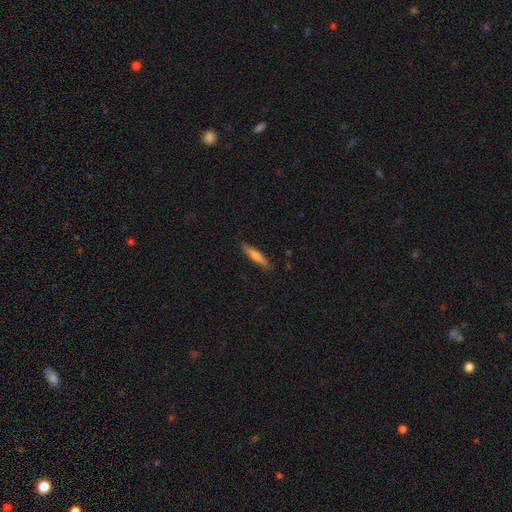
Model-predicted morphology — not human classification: Smooth or featured?
  - smooth: 67% *
  - featured or disk: 27%
  - star or artifact: 6%
How rounded?
  - cigar-shaped: 89% *
  - in between: 10%
  - round: 1%
Merging?
  - none: 86% *
  - minor disturbance: 11%
  - major disturbance: 2%
  - merger: 1%